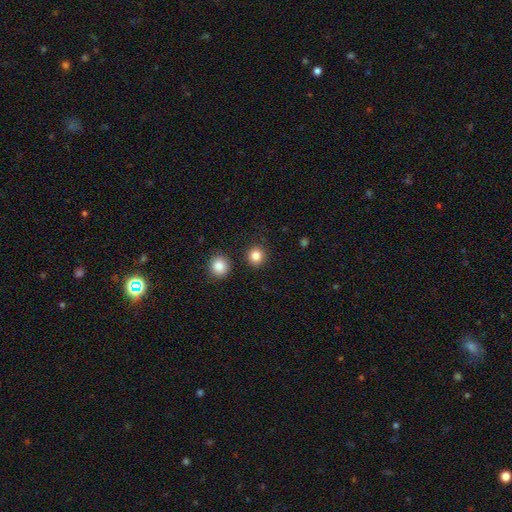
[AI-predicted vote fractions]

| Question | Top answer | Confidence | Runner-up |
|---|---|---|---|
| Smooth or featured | smooth | 85% | star or artifact (11%) |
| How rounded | round | 91% | in between (8%) |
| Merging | none | 89% | minor disturbance (5%) |